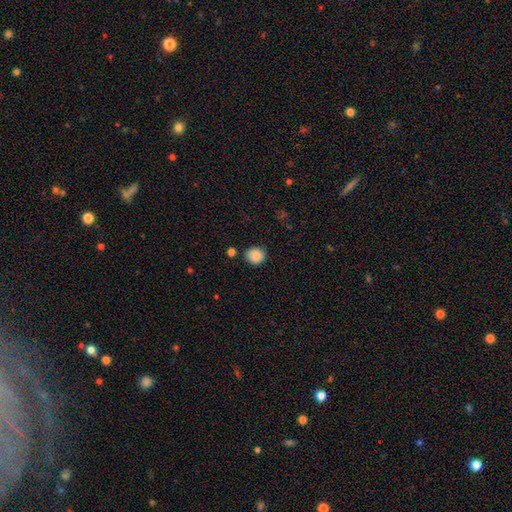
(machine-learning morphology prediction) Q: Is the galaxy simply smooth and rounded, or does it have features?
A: smooth — 87%.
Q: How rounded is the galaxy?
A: round — 79%.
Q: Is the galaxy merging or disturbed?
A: none — 81%.